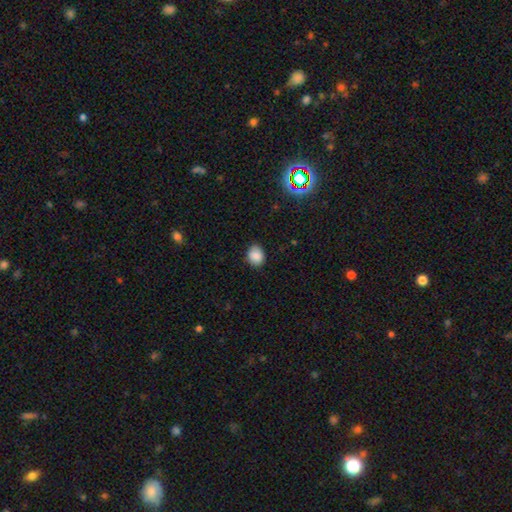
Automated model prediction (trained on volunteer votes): smooth-or-featured: smooth: 86% | star or artifact: 9% | featured or disk: 4%
  how-rounded: round: 52% | in between: 47% | cigar-shaped: 1%
  merging: none: 83% | minor disturbance: 14% | major disturbance: 2% | merger: 1%